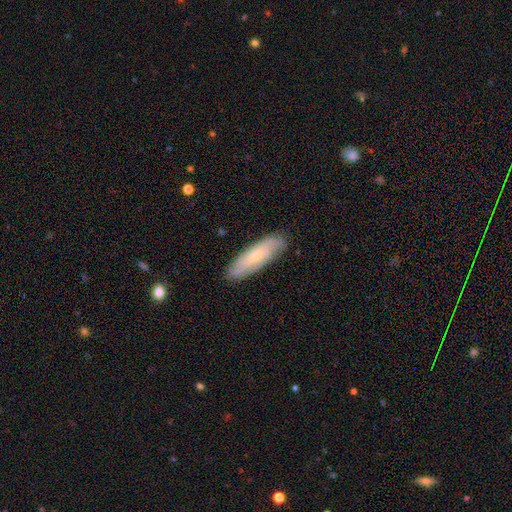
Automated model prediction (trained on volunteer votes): A featured or disk galaxy (48%). Merging: none (84%).